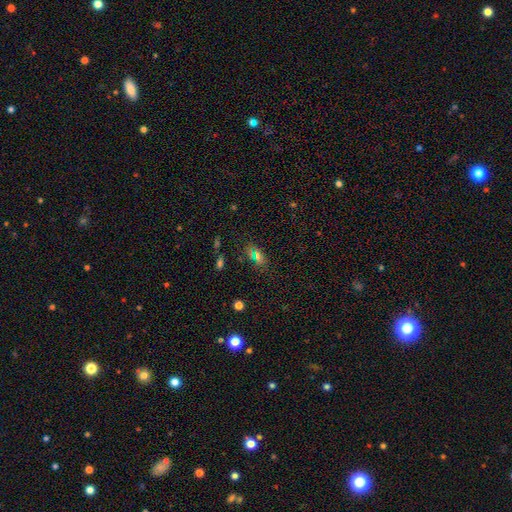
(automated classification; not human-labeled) This appears to be a smooth galaxy with no disk features (57%) that is in between round and cigar-shaped (81%). Merging: none (77%).